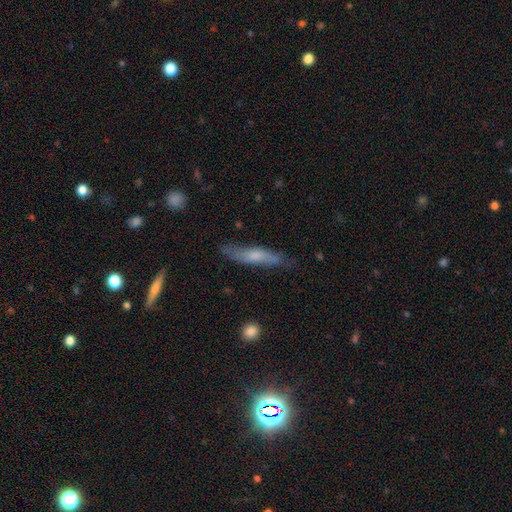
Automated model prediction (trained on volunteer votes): smooth-or-featured: smooth: 54% | featured or disk: 40% | star or artifact: 6%
  how-rounded: cigar-shaped: 85% | in between: 14% | round: 2%
  merging: none: 73% | minor disturbance: 20% | major disturbance: 5% | merger: 2%